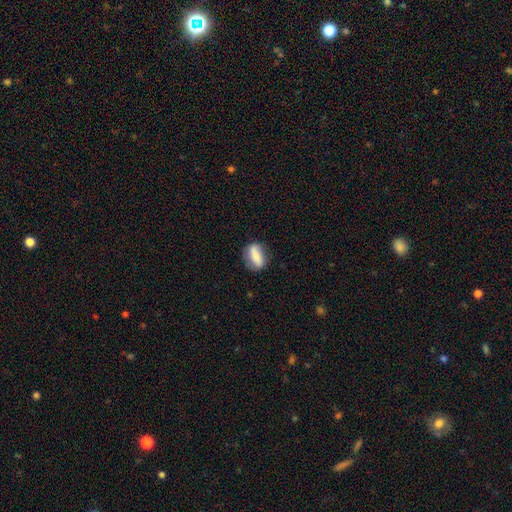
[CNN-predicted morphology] A smooth galaxy with no disk features (65%) that is in between round and cigar-shaped (71%).

Vote fractions:
- Smooth or featured? smooth: 65% / featured or disk: 27% / star or artifact: 7%
- How rounded? in between: 71% / cigar-shaped: 15% / round: 14%
- Merging? none: 73% / minor disturbance: 19% / major disturbance: 6% / merger: 2%